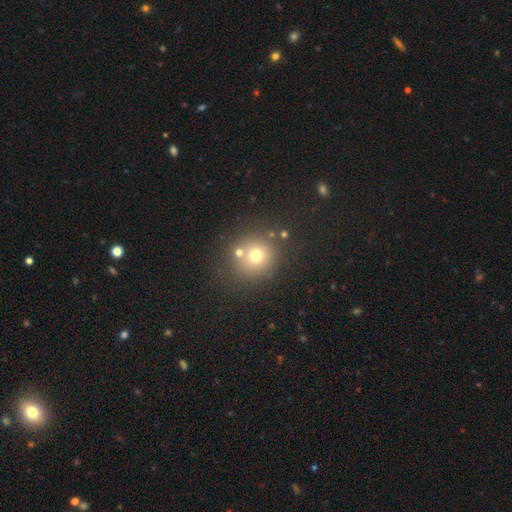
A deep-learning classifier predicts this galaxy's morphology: Smooth or featured?
  - smooth: 68% *
  - star or artifact: 19%
  - featured or disk: 14%
How rounded?
  - round: 90% *
  - in between: 9%
  - cigar-shaped: 1%
Merging?
  - none: 71% *
  - merger: 15%
  - minor disturbance: 9%
  - major disturbance: 5%